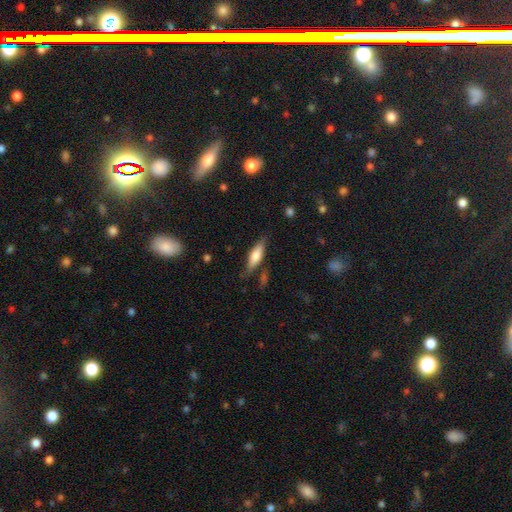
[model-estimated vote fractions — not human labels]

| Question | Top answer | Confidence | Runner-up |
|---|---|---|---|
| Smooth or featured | smooth | 55% | featured or disk (39%) |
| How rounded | cigar-shaped | 56% | in between (42%) |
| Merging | none | 74% | minor disturbance (18%) |